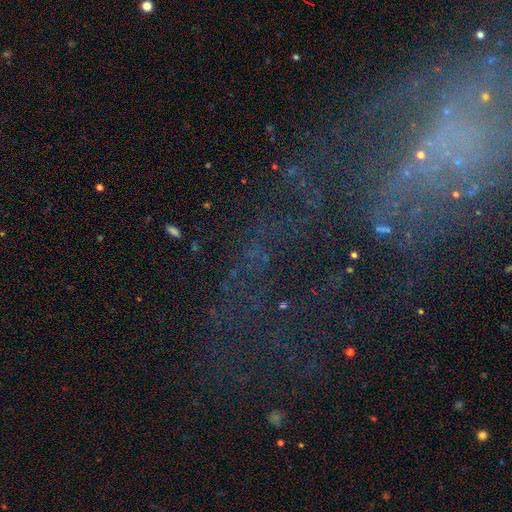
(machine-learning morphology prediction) The model was most divided on "smooth or featured": star or artifact: 49%, featured or disk: 36%, smooth: 14%.